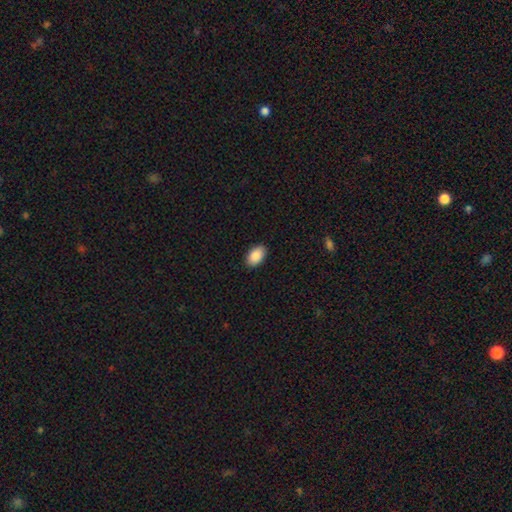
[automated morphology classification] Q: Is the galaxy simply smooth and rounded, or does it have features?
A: smooth — 90%.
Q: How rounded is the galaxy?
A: in between — 93%.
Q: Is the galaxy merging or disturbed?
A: none — 90%.